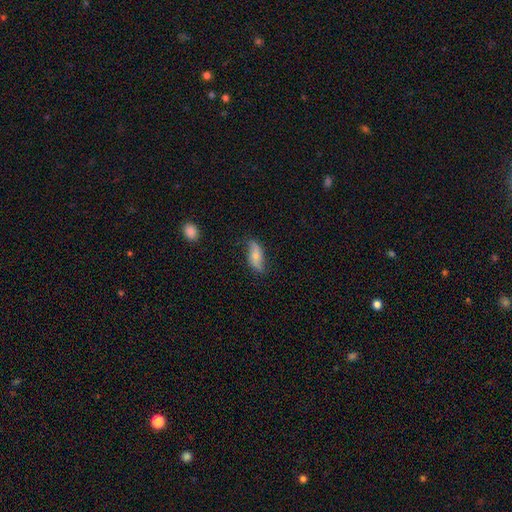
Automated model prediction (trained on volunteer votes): Smooth or featured?
  - featured or disk: 49% *
  - smooth: 44%
  - star or artifact: 7%
Merging?
  - none: 70% *
  - minor disturbance: 23%
  - major disturbance: 6%
  - merger: 2%